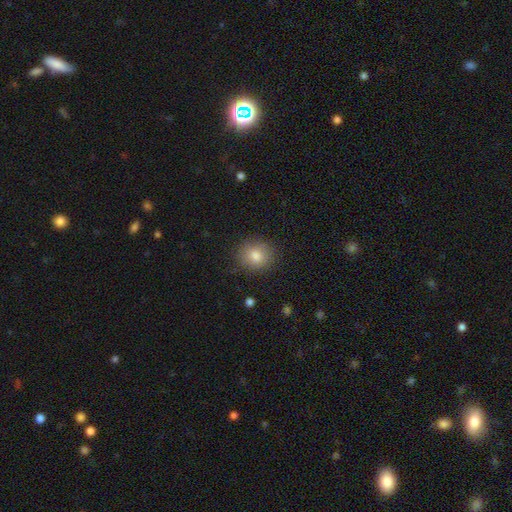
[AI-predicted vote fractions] Morphology: type=smooth (81%); roundness=round (72%); merging=none (87%).